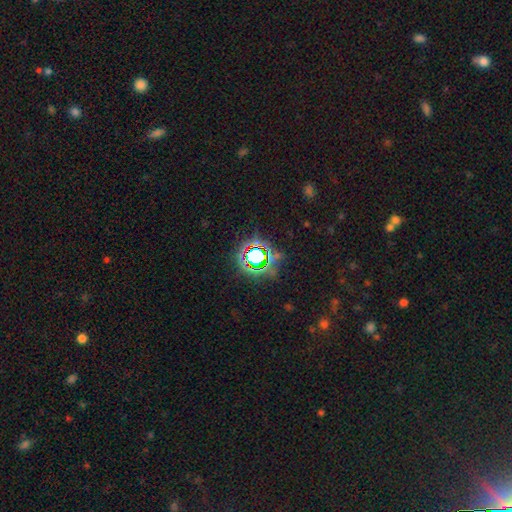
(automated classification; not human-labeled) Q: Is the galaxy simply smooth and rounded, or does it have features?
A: star or artifact — 69%.